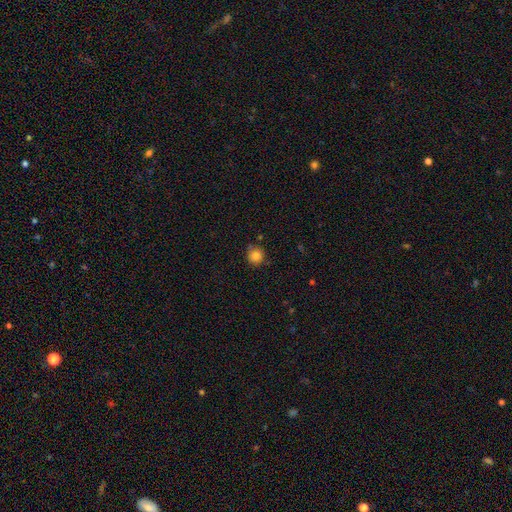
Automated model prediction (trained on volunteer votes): Morphology: type=smooth (83%); roundness=round (91%); merging=none (80%).